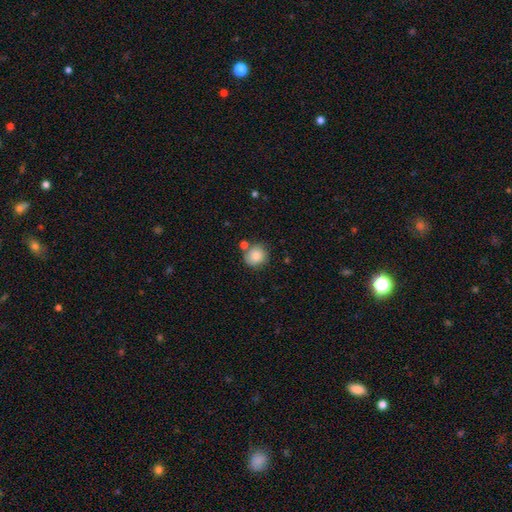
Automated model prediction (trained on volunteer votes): Smooth or featured: smooth — 82% (featured or disk — 9%)
How rounded: round — 87% (in between — 12%)
Merging: none — 70% (minor disturbance — 14%)